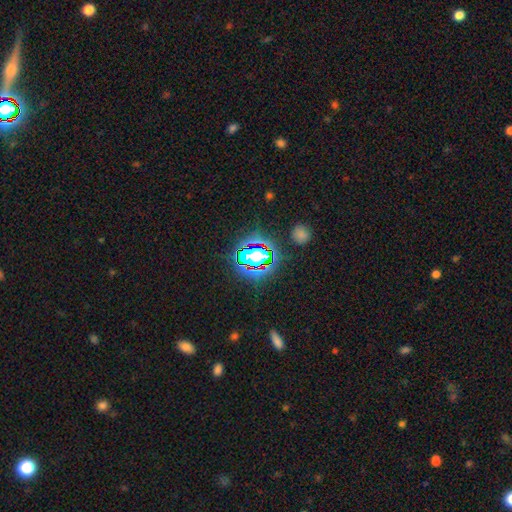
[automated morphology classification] This appears to be a star or artifact, not a galaxy (65%).